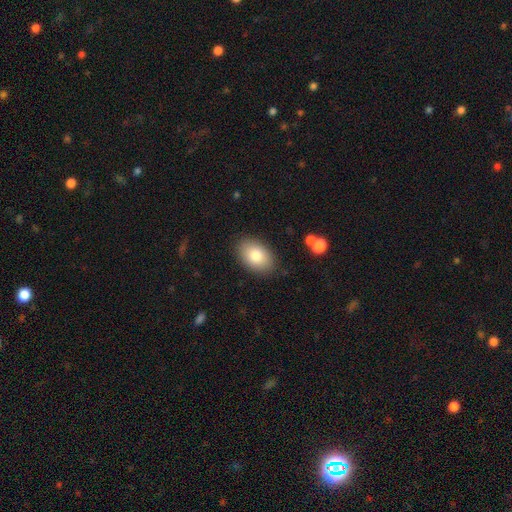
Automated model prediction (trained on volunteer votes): This is clearly a smooth galaxy (81%). How rounded: clearly in between (89%). Merging: clearly none (86%).